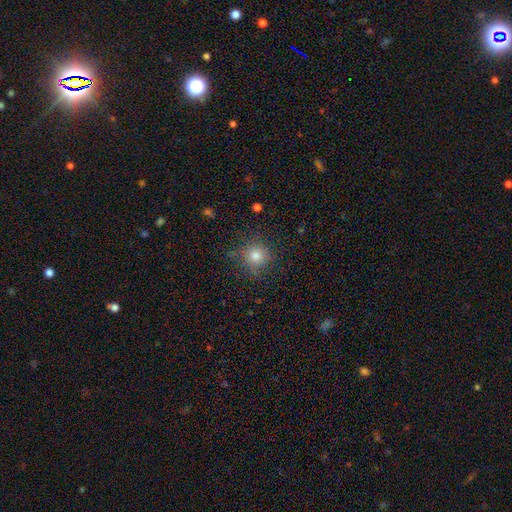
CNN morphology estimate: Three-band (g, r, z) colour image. It shows a smooth galaxy with no disk features (79%) that is round (93%). Merging: none (82%).